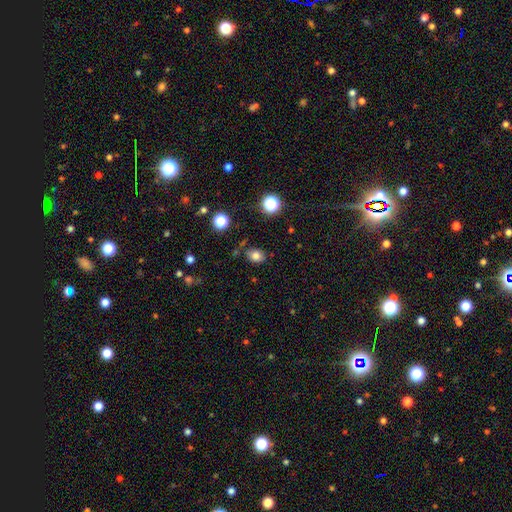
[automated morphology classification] smooth 79%, star or artifact 13%, featured or disk 8%. Down the decision tree: how rounded — in between (63%); merging — none (77%).